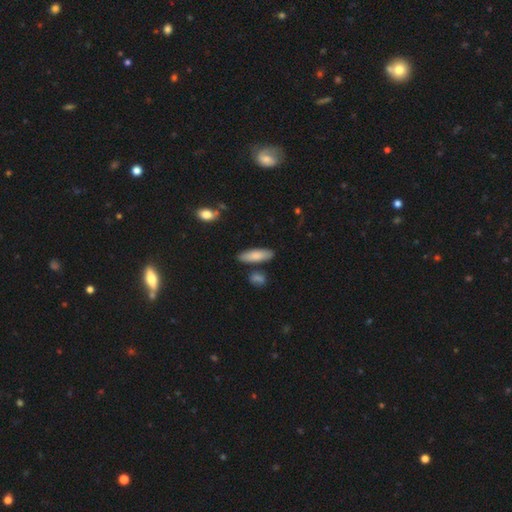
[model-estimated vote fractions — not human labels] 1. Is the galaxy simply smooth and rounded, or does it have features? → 82% smooth, 12% featured or disk, 6% star or artifact.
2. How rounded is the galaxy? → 50% cigar-shaped, 48% in between, 2% round.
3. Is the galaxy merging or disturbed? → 82% none, 11% minor disturbance, 5% merger, 2% major disturbance.